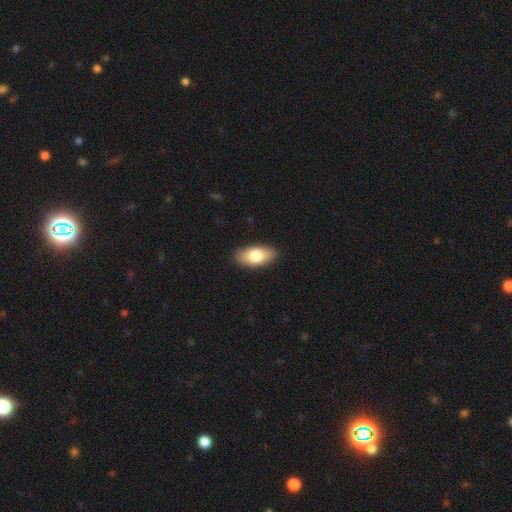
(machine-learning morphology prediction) The model was most divided on "smooth or featured": smooth: 78%, featured or disk: 16%, star or artifact: 6%. More confident: how rounded — in between (91%); merging — none (89%).